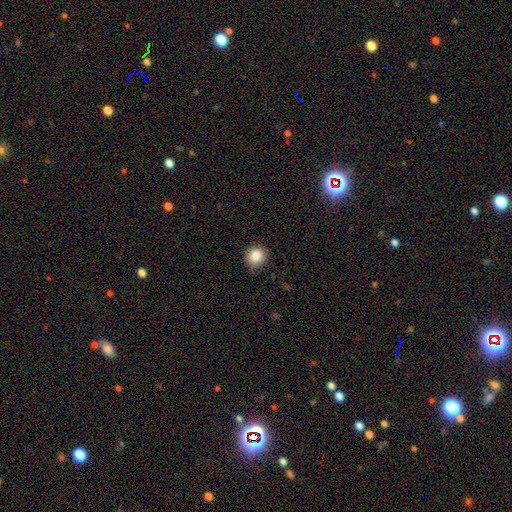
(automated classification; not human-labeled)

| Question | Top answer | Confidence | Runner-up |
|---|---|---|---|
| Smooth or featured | smooth | 86% | star or artifact (9%) |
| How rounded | round | 87% | in between (12%) |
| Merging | none | 83% | minor disturbance (13%) |